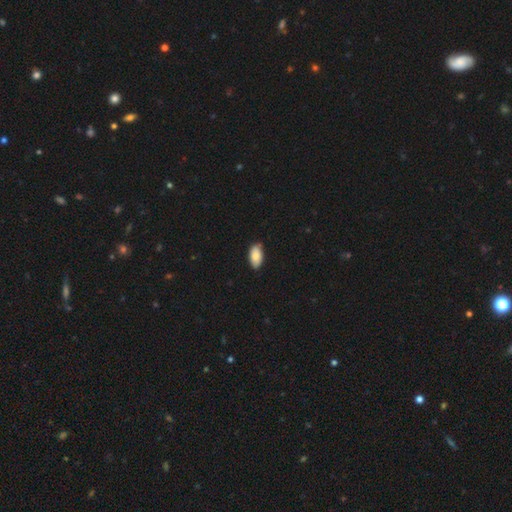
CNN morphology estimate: smooth_or_featured: smooth (p=0.87) [alt: featured or disk p=0.07]
how_rounded: in between (p=0.95) [alt: cigar-shaped p=0.03]
merging: none (p=0.82) [alt: minor disturbance p=0.15]